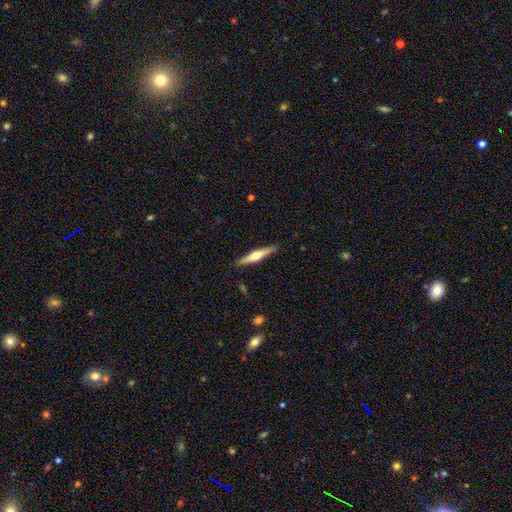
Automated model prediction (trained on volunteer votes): featured or disk 60%, smooth 35%, star or artifact 5%. Down the decision tree: edge-on disk — yes (97%); edge-on bulge — rounded (92%); merging — none (90%).